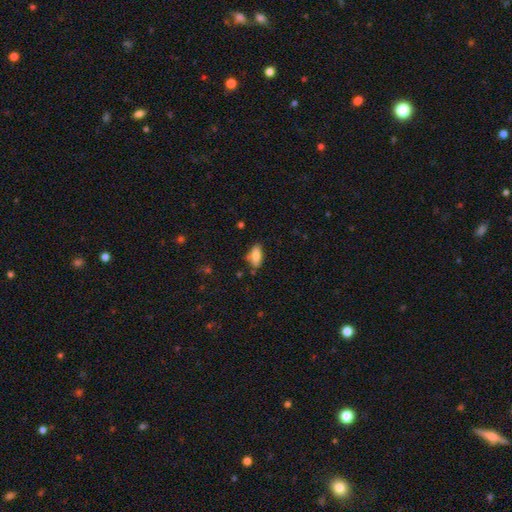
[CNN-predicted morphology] Smooth or featured?
  - smooth: 79% *
  - featured or disk: 13%
  - star or artifact: 7%
How rounded?
  - in between: 87% *
  - cigar-shaped: 9%
  - round: 3%
Merging?
  - none: 70% *
  - minor disturbance: 20%
  - merger: 5%
  - major disturbance: 4%